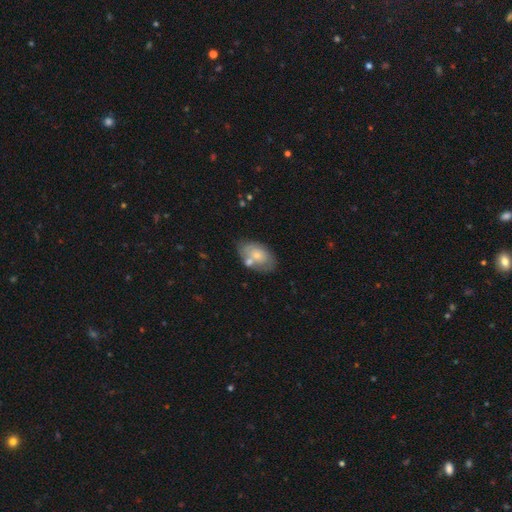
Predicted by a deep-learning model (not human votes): Smooth or featured: smooth — 61% (featured or disk — 33%)
How rounded: in between — 91% (round — 8%)
Merging: none — 53% (minor disturbance — 21%)